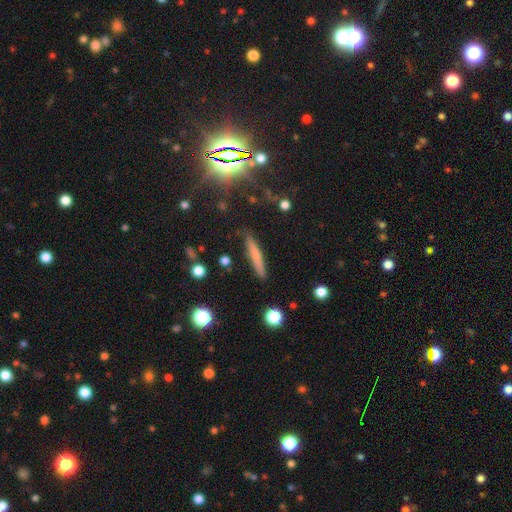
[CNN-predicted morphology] A smooth galaxy with no disk features (59%) that is cigar-shaped (92%). Merging: none (87%).